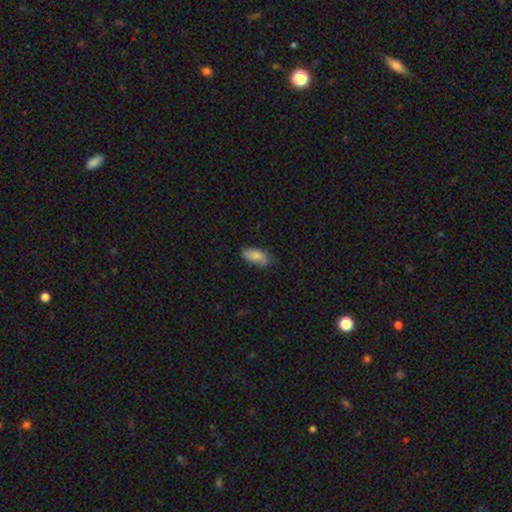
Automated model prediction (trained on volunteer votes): smooth_or_featured: smooth (p=0.83) [alt: featured or disk p=0.10]
how_rounded: in between (p=0.88) [alt: cigar-shaped p=0.09]
merging: none (p=0.62) [alt: minor disturbance p=0.30]